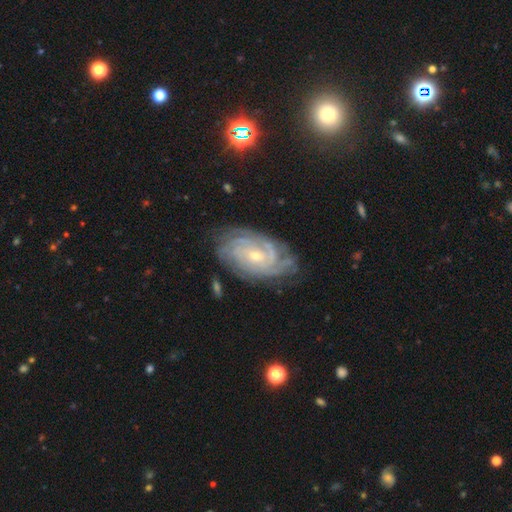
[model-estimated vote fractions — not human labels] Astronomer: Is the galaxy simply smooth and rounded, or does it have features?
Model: featured or disk — 87%.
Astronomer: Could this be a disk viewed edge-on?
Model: no — 96%.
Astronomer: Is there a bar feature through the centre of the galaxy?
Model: no — 68%.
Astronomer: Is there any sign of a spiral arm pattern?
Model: yes — 97%.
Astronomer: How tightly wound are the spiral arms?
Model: tight — 78%.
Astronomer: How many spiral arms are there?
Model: can't tell — 33% (runner-up: 4, 22%).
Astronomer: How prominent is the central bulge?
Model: small — 67%.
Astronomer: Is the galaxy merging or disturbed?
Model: none — 76%.